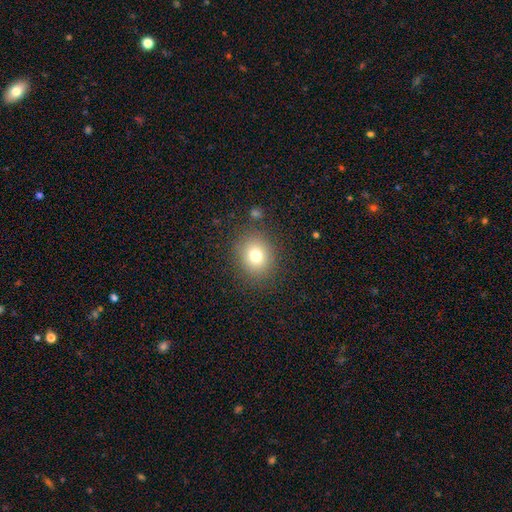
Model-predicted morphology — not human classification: A smooth galaxy with no disk features (76%) that is round (73%).

Vote fractions:
- Smooth or featured? smooth: 76% / star or artifact: 14% / featured or disk: 10%
- How rounded? round: 73% / in between: 26% / cigar-shaped: 1%
- Merging? none: 85% / minor disturbance: 9% / major disturbance: 4% / merger: 2%